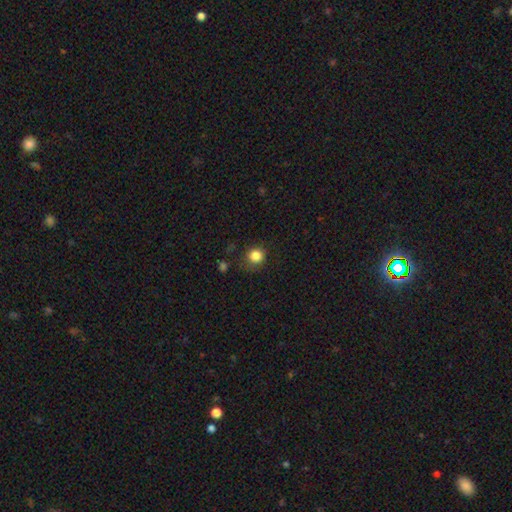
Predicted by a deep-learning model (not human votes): smooth-or-featured: smooth: 84% | star or artifact: 11% | featured or disk: 5%
  how-rounded: round: 85% | in between: 14% | cigar-shaped: 1%
  merging: none: 75% | minor disturbance: 17% | major disturbance: 6% | merger: 2%